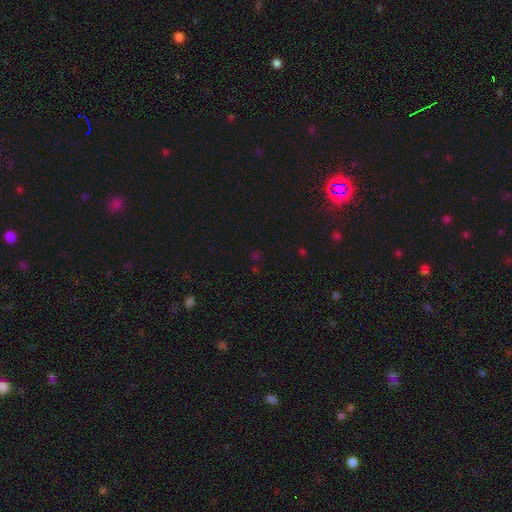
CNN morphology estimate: This appears to be a star or artifact, not a galaxy (60%).